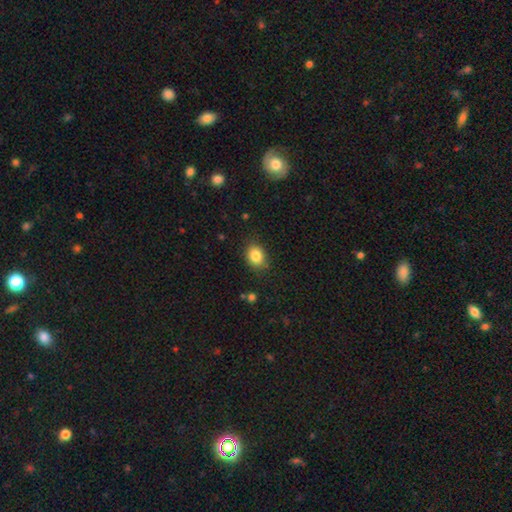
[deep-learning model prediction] A smooth galaxy with no disk features (85%) that is in between round and cigar-shaped (54%). Merging: none (84%).